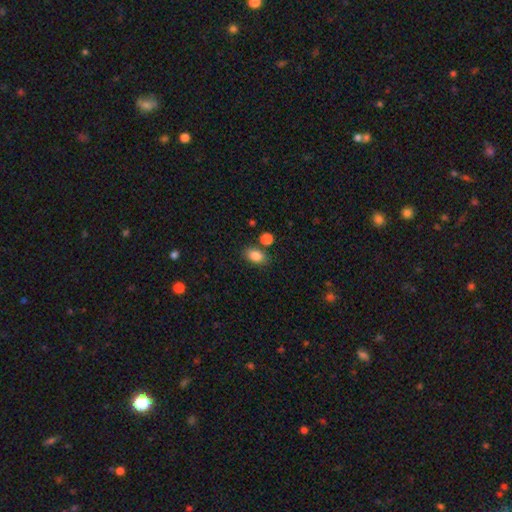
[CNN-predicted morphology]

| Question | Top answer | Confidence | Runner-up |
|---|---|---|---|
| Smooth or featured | smooth | 85% | star or artifact (9%) |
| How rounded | in between | 82% | round (17%) |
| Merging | none | 77% | minor disturbance (11%) |